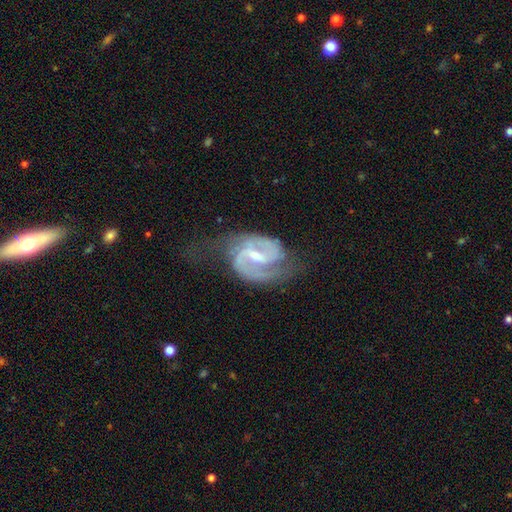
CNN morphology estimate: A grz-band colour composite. It shows a featured or disk galaxy (90%) with a weak bar (53%), 2 (87%) medium (54%) spiral arms (97%) and a small central bulge (50%). Merging: none (57%).